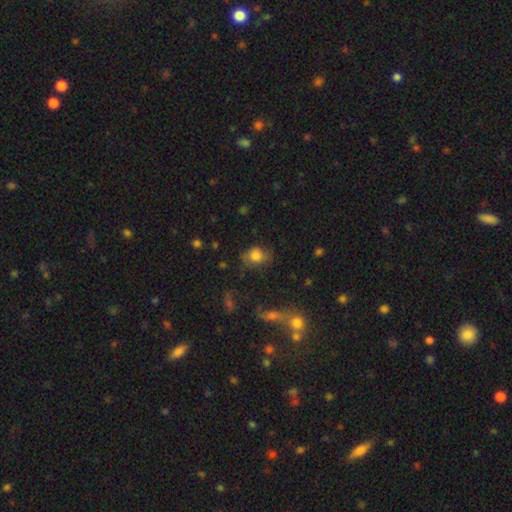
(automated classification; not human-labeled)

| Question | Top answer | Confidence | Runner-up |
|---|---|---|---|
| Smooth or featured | smooth | 78% | featured or disk (11%) |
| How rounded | round | 61% | in between (37%) |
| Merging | none | 64% | minor disturbance (24%) |